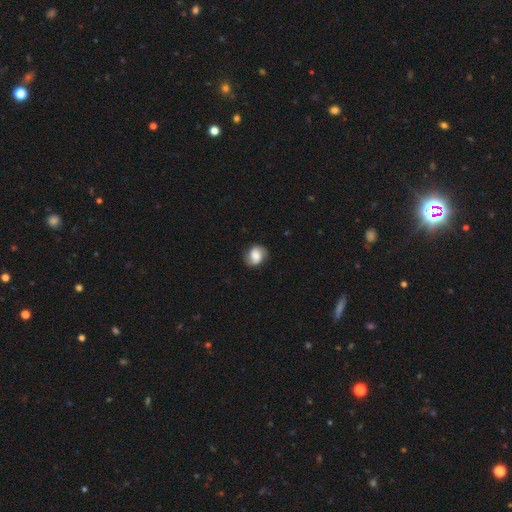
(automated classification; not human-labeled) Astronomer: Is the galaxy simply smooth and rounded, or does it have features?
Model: smooth — 54% (runner-up: featured or disk, 37%).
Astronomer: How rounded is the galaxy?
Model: round — 63%.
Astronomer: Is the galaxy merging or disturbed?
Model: none — 78%.